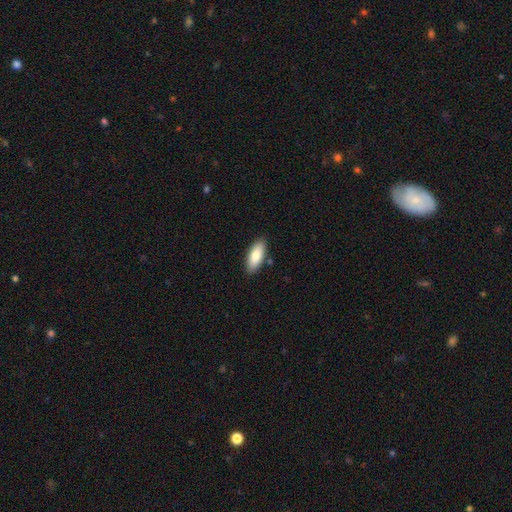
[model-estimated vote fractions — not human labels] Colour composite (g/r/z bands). It shows a smooth galaxy with no disk features (82%) that is in between round and cigar-shaped (81%). Merging: none (86%).